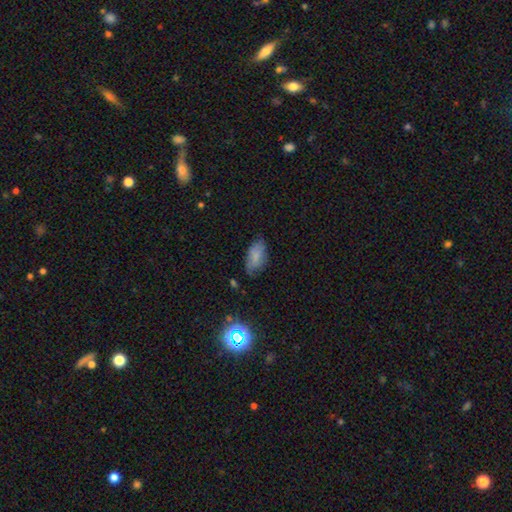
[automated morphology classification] smooth_or_featured: smooth (p=0.73) [alt: featured or disk p=0.17]
how_rounded: in between (p=0.92) [alt: cigar-shaped p=0.04]
merging: none (p=0.62) [alt: minor disturbance p=0.29]